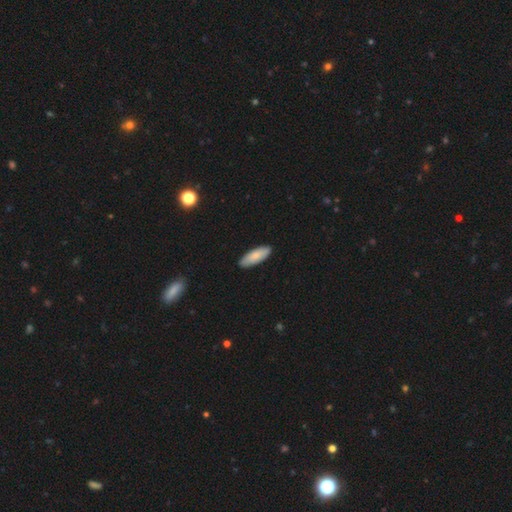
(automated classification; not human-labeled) A smooth galaxy with no disk features (83%) that is in between round and cigar-shaped (66%). Merging: none (89%).